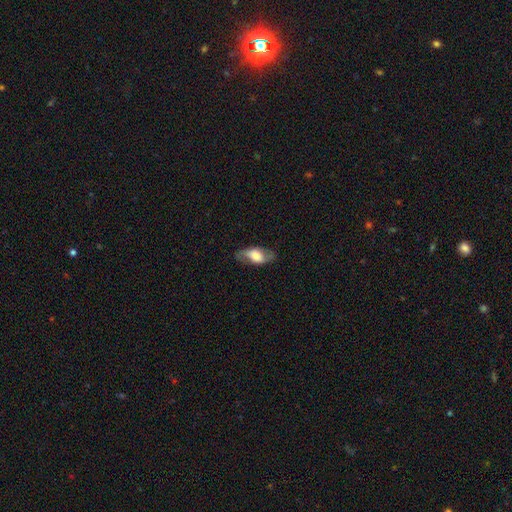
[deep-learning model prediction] Q: Smooth or featured?
A: featured or disk (48%); runner-up: smooth (45%)
Q: Merging?
A: none (74%); runner-up: minor disturbance (18%)